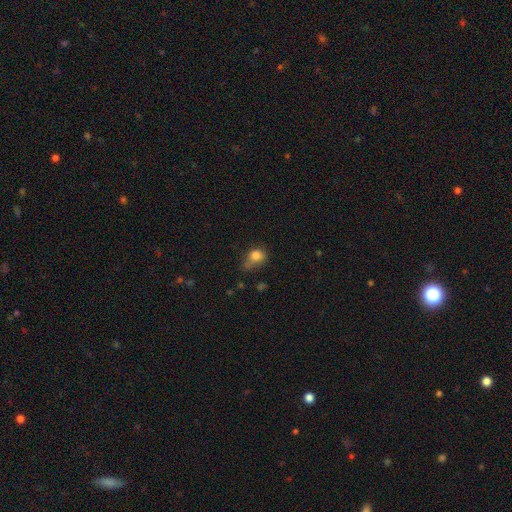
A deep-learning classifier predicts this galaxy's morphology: A smooth galaxy with no disk features (81%) that is round (50%).

Vote fractions:
- Smooth or featured? smooth: 81% / star or artifact: 11% / featured or disk: 9%
- How rounded? round: 50% / in between: 49% / cigar-shaped: 1%
- Merging? minor disturbance: 38% / none: 35% / major disturbance: 21% / merger: 5%